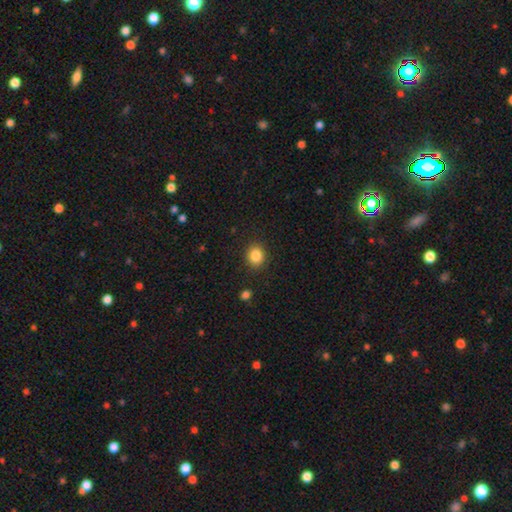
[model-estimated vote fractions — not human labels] Overall: smooth (86%). How rounded: round (70%). Merging: none (89%).